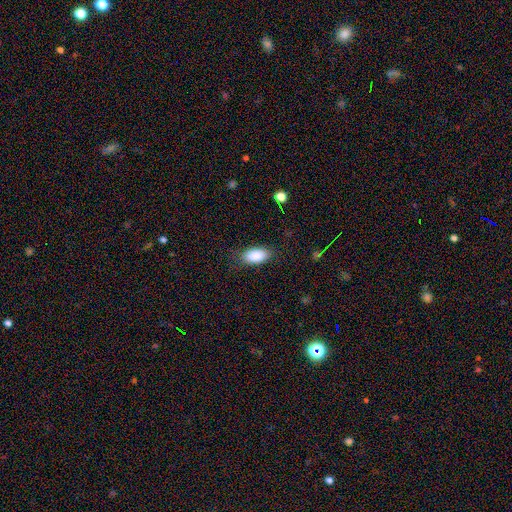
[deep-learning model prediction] Smooth or featured? Predicted: smooth (p=0.89). How rounded? Predicted: in between (p=0.93). Merging? Predicted: none (p=0.80).